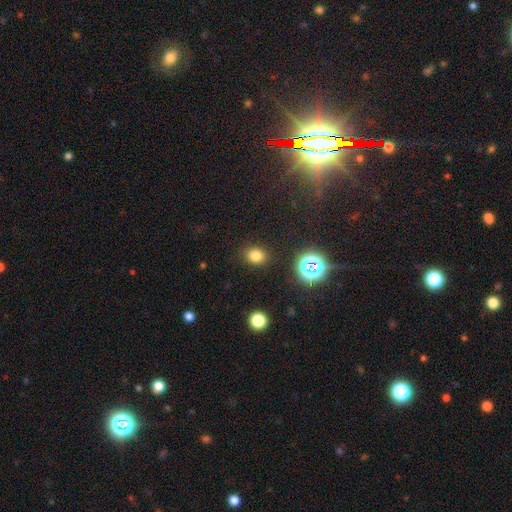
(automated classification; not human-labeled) A smooth galaxy with no disk features (78%) that is round (54%).

Vote fractions:
- Smooth or featured? smooth: 78% / star or artifact: 17% / featured or disk: 6%
- How rounded? round: 54% / in between: 45% / cigar-shaped: 1%
- Merging? none: 87% / minor disturbance: 8% / major disturbance: 3% / merger: 2%